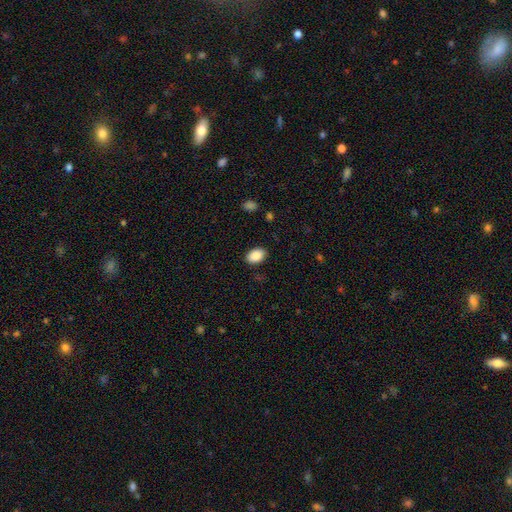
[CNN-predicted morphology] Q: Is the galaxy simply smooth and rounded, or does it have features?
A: smooth — 89%.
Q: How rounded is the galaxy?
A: in between — 88%.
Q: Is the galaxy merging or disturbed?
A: none — 87%.